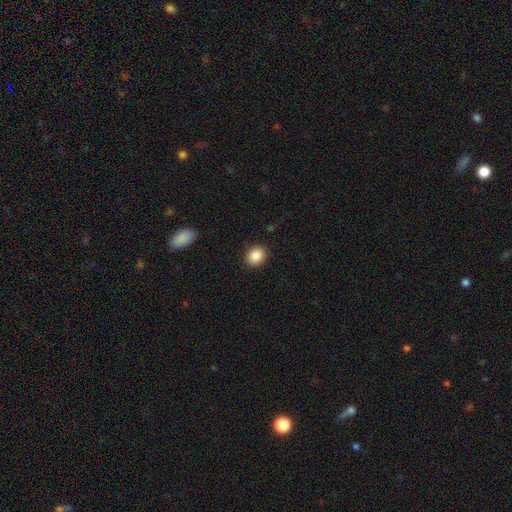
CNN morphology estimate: A smooth galaxy with no disk features (88%) that is round (59%). Merging: none (88%).